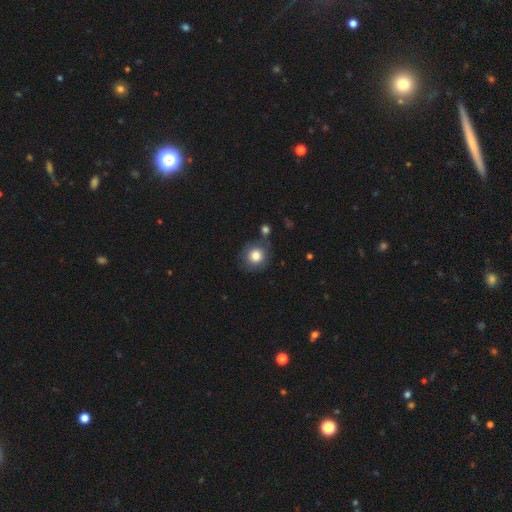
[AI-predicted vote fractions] Overall: smooth (82%). How rounded: round (89%). Merging: none (72%).